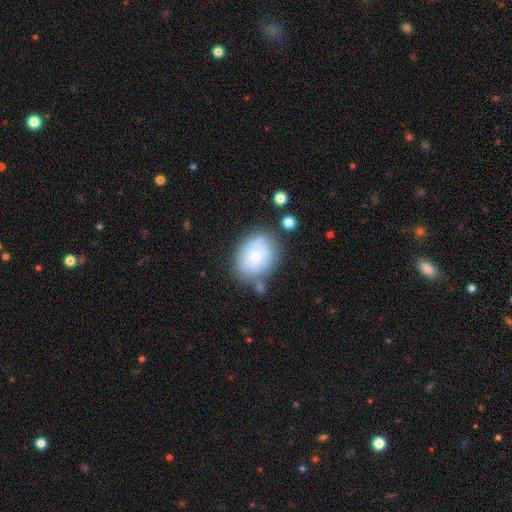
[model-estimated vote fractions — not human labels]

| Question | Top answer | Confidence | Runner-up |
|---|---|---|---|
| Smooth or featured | smooth | 63% | featured or disk (29%) |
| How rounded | in between | 60% | round (39%) |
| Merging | none | 58% | minor disturbance (24%) |